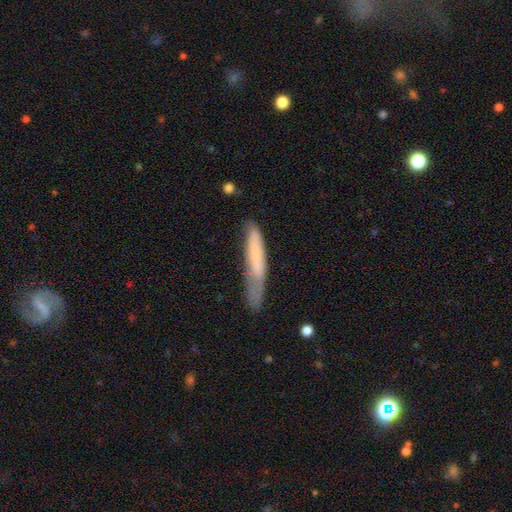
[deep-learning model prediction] smooth-or-featured: smooth: 63% | featured or disk: 30% | star or artifact: 7%
  how-rounded: cigar-shaped: 90% | in between: 9% | round: 1%
  merging: none: 51% | minor disturbance: 31% | major disturbance: 15% | merger: 4%